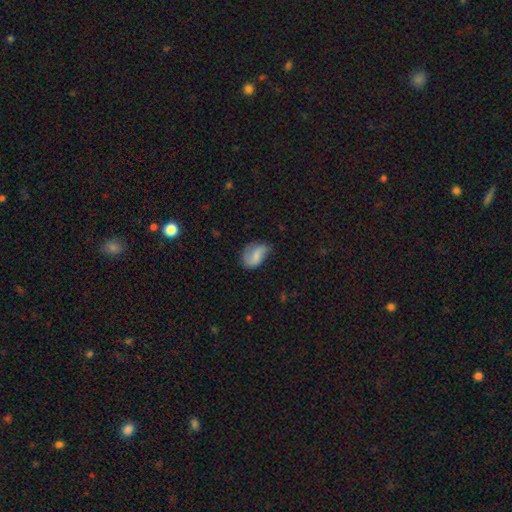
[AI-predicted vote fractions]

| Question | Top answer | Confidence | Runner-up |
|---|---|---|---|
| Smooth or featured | smooth | 57% | featured or disk (35%) |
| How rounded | in between | 77% | round (21%) |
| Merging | none | 44% | minor disturbance (36%) |